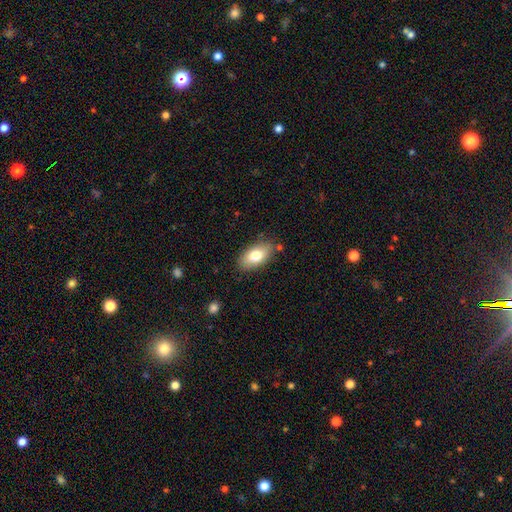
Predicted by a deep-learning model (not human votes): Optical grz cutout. It shows a smooth galaxy with no disk features (78%) that is in between round and cigar-shaped (92%). Merging: none (82%).